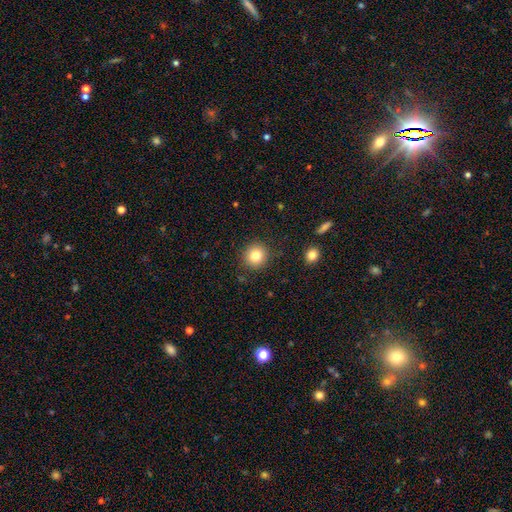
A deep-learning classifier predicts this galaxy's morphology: Overall: smooth (81%). How rounded: round (92%). Merging: none (89%).